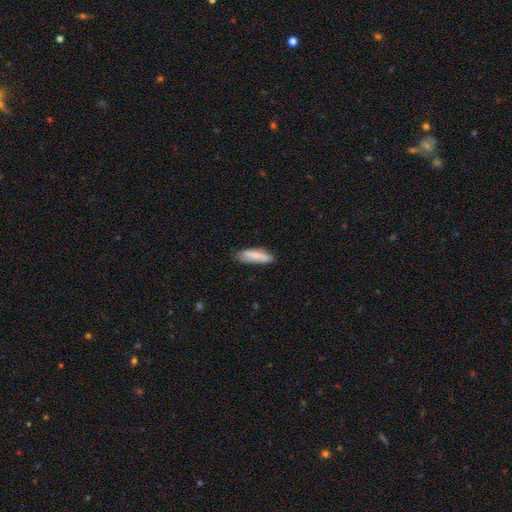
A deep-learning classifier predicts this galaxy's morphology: Overall: smooth (77%). How rounded: cigar-shaped (58%; in between 40%). Merging: none (76%).